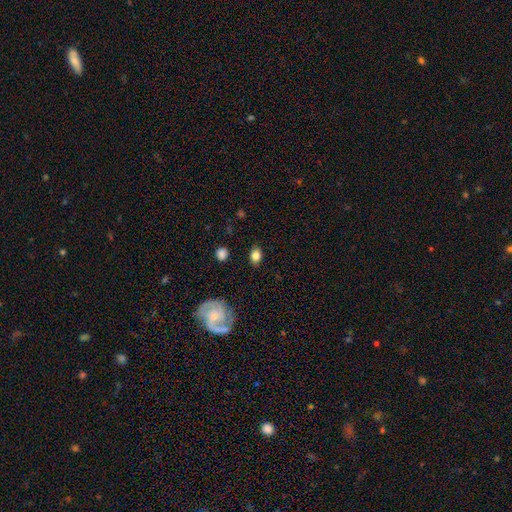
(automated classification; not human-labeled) A smooth galaxy with no disk features (79%) that is in between round and cigar-shaped (73%). Merging: none (84%).